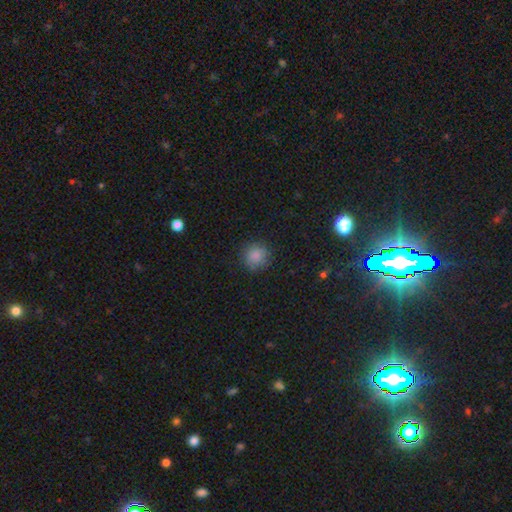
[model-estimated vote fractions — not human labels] smooth_or_featured: smooth (p=0.85) [alt: star or artifact p=0.11]
how_rounded: round (p=0.92) [alt: in between p=0.07]
merging: none (p=0.87) [alt: minor disturbance p=0.09]